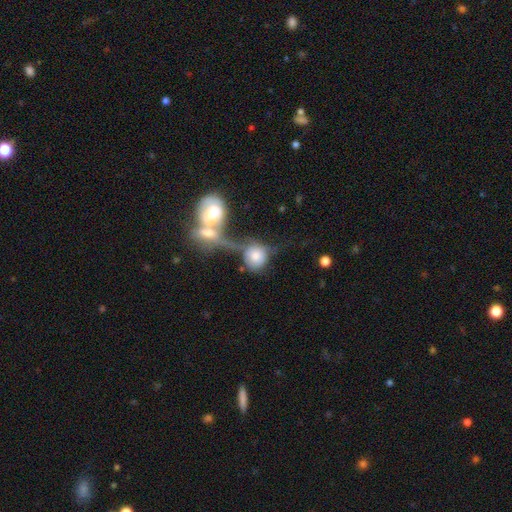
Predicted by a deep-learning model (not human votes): smooth 65%, featured or disk 26%, star or artifact 9%. Down the decision tree: how rounded — round (77%); merging — merger (52%).